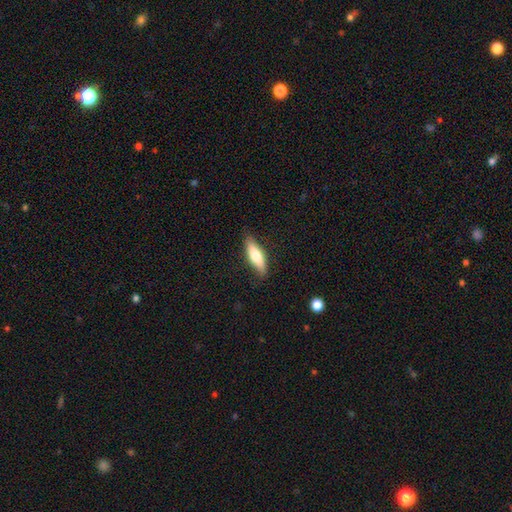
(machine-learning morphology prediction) Smooth or featured?
  - smooth: 69% *
  - featured or disk: 25%
  - star or artifact: 6%
How rounded?
  - cigar-shaped: 52% *
  - in between: 46%
  - round: 2%
Merging?
  - none: 83% *
  - minor disturbance: 13%
  - major disturbance: 2%
  - merger: 1%